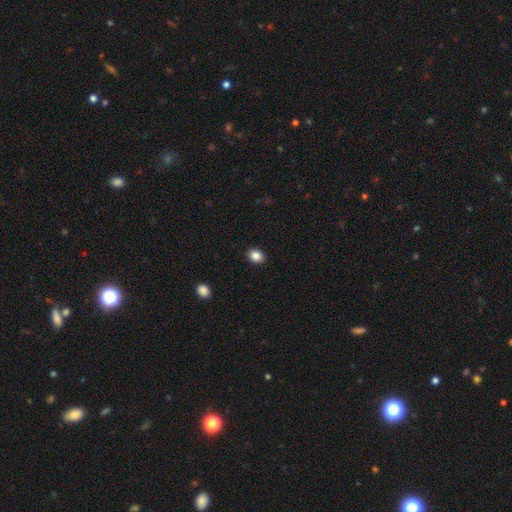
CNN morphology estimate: Smooth or featured? Predicted: smooth (p=0.86). How rounded? Predicted: in between (p=0.50). Merging? Predicted: none (p=0.90).